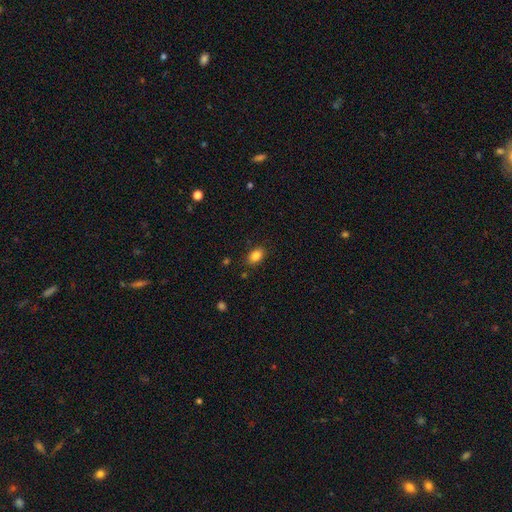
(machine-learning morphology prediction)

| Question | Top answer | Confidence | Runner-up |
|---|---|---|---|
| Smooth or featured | smooth | 84% | star or artifact (9%) |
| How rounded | in between | 84% | round (14%) |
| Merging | none | 86% | minor disturbance (10%) |